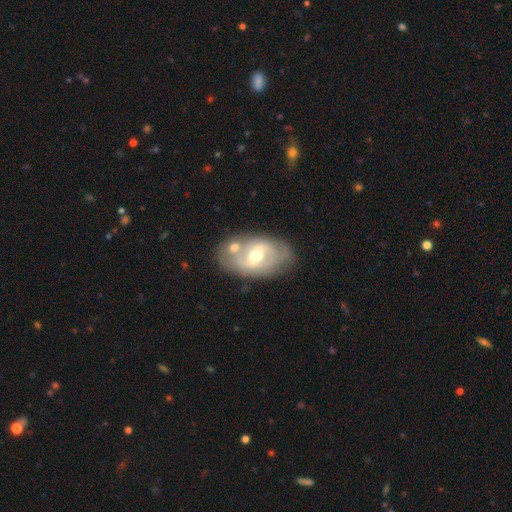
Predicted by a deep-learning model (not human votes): Smooth or featured: featured or disk — 68% (smooth — 25%)
Edge-on disk: no — 93% (yes — 7%)
Bar: weak — 45% (no — 29%)
Spiral arms: yes — 54% (no — 46%)
Bulge size: moderate — 67% (small — 26%)
Merging: none — 62% (minor disturbance — 18%)